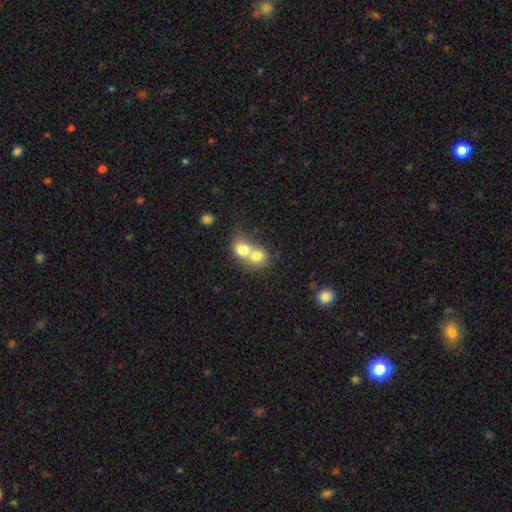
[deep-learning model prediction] Smooth or featured: smooth — 68% (featured or disk — 19%)
How rounded: round — 73% (in between — 26%)
Merging: merger — 70% (none — 23%)